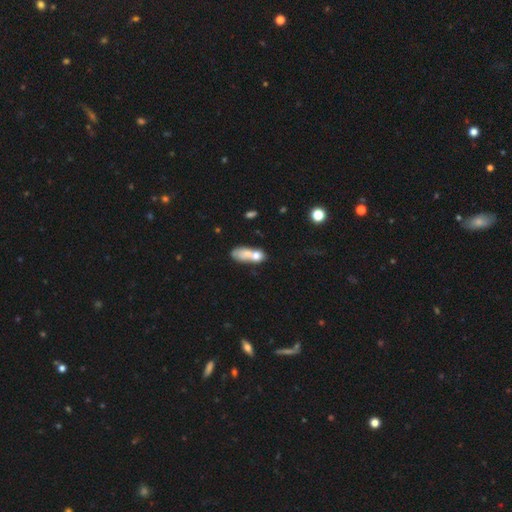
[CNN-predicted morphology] Overall: smooth (65%). How rounded: in between (66%). Merging: merger (63%).